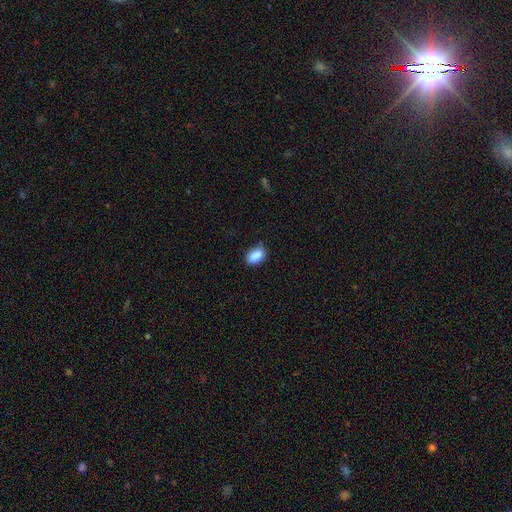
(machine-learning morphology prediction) A smooth galaxy with no disk features (88%) that is in between round and cigar-shaped (89%).

Vote fractions:
- Smooth or featured? smooth: 88% / star or artifact: 8% / featured or disk: 5%
- How rounded? in between: 89% / round: 9% / cigar-shaped: 2%
- Merging? none: 68% / minor disturbance: 26% / major disturbance: 4% / merger: 2%